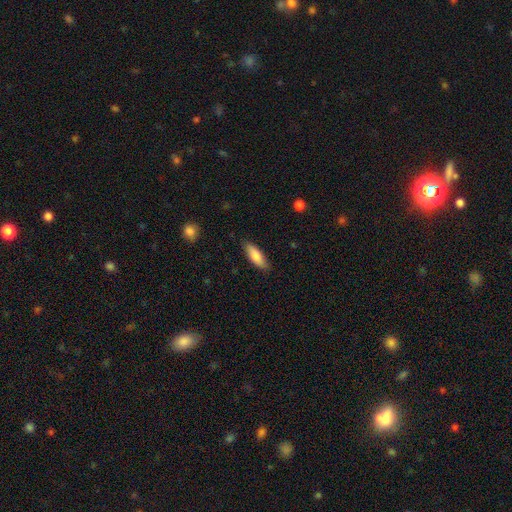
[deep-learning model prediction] This is clearly a smooth galaxy (81%). How rounded: likely in between (61%). Merging: clearly none (85%).